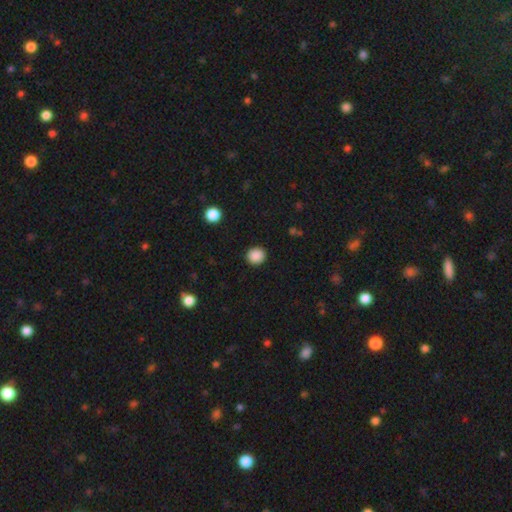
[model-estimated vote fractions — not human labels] A smooth galaxy with no disk features (88%) that is round (87%).

Vote fractions:
- Smooth or featured? smooth: 88% / star or artifact: 10% / featured or disk: 3%
- How rounded? round: 87% / in between: 13% / cigar-shaped: 1%
- Merging? none: 92% / minor disturbance: 5% / major disturbance: 2% / merger: 1%